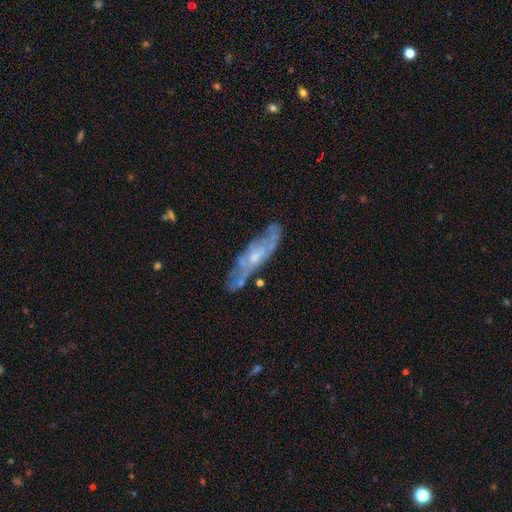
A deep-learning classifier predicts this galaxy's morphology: A featured or disk galaxy (69%). Merging: none (67%).